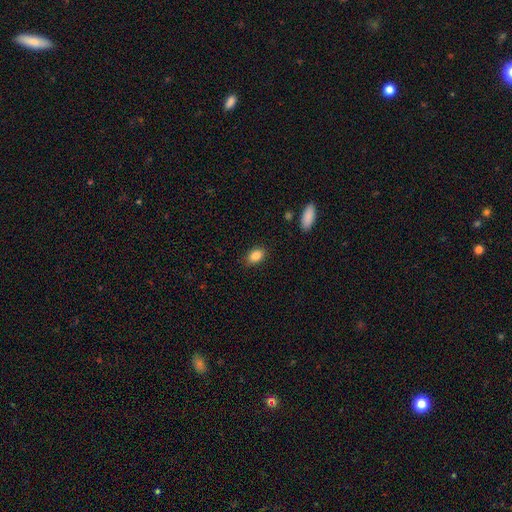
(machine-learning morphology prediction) type=smooth (86%); roundness=in between (83%); merging=none (87%).